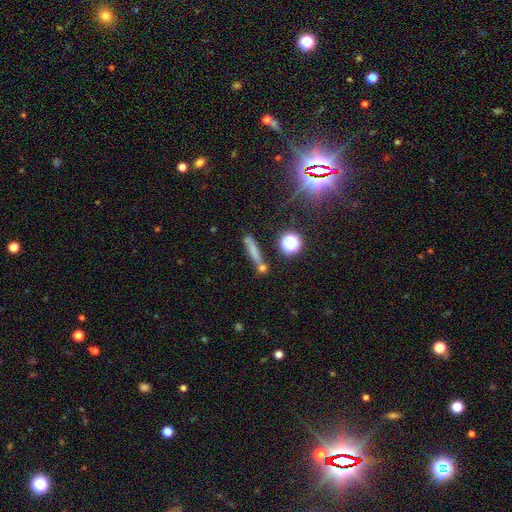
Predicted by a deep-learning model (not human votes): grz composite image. It shows a smooth galaxy with no disk features (43%). Merging: none (71%).